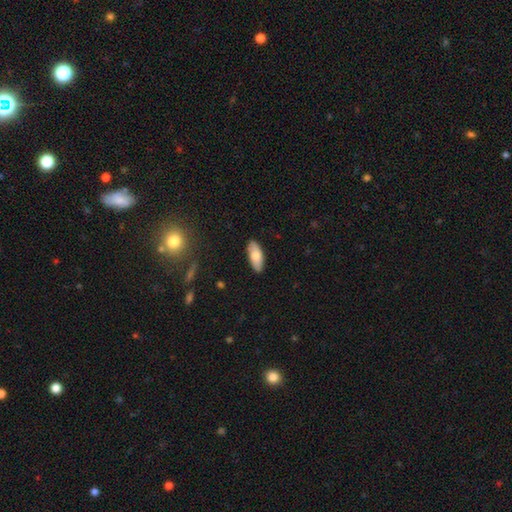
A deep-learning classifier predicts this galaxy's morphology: type=smooth (77%); roundness=in between (81%); merging=none (88%).